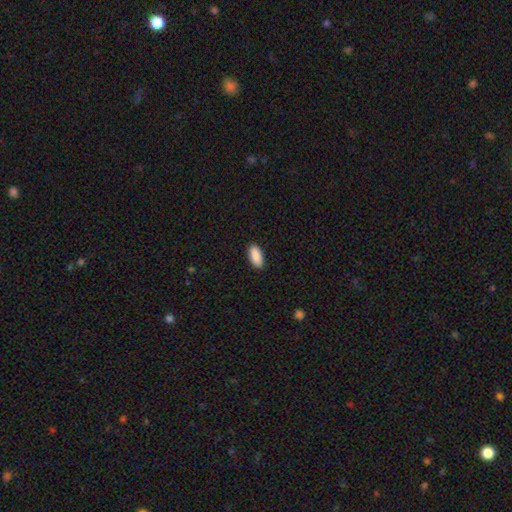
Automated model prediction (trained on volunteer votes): A smooth galaxy with no disk features (91%) that is in between round and cigar-shaped (91%). Merging: none (90%).